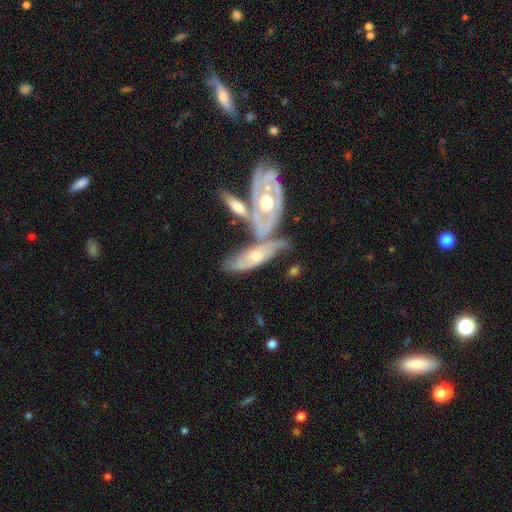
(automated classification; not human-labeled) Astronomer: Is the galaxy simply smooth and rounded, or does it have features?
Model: featured or disk — 69%.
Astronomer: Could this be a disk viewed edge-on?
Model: no — 73%.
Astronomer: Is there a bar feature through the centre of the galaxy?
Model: no — 74%.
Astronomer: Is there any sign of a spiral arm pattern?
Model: yes — 74%.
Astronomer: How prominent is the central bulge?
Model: moderate — 63%.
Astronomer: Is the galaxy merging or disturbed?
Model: merger — 47% (runner-up: none, 29%).